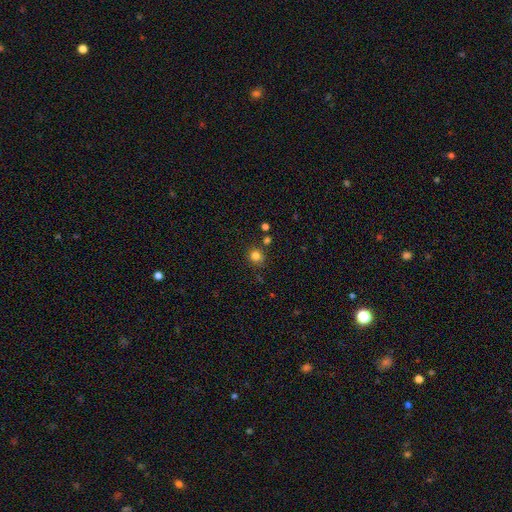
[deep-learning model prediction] Q: Smooth or featured?
A: smooth (81%); runner-up: star or artifact (14%)
Q: How rounded?
A: round (89%); runner-up: in between (10%)
Q: Merging?
A: none (80%); runner-up: minor disturbance (11%)